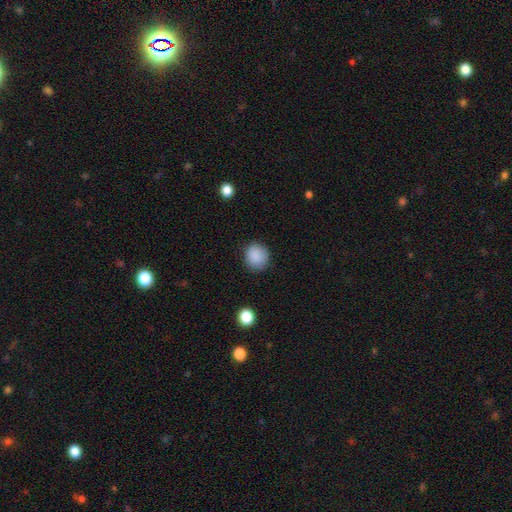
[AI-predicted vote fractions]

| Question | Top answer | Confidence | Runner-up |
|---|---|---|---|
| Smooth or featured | smooth | 88% | star or artifact (8%) |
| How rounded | round | 82% | in between (17%) |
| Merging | none | 86% | minor disturbance (10%) |